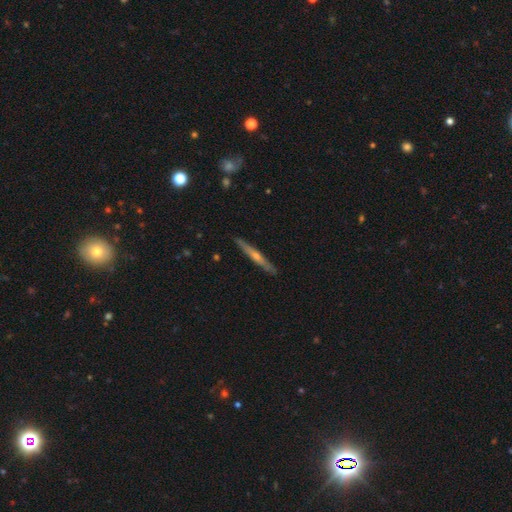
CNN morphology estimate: Smooth or featured: featured or disk — 68% (smooth — 26%)
Edge-on disk: yes — 96% (no — 4%)
Edge-on bulge: rounded — 76% (none — 21%)
Merging: none — 90% (minor disturbance — 8%)